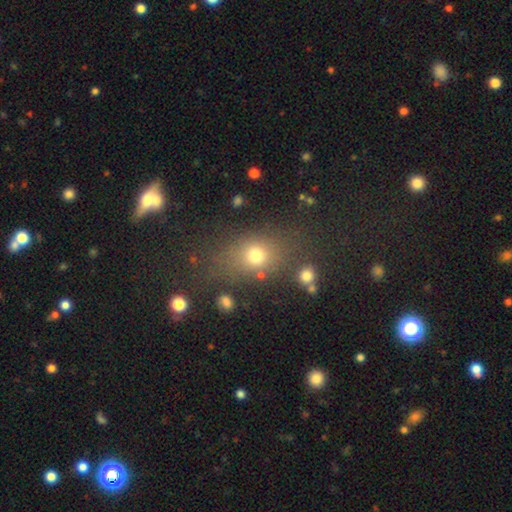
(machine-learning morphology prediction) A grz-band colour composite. It shows a smooth galaxy with no disk features (72%) that is in between round and cigar-shaped (50%). Merging: none (68%).